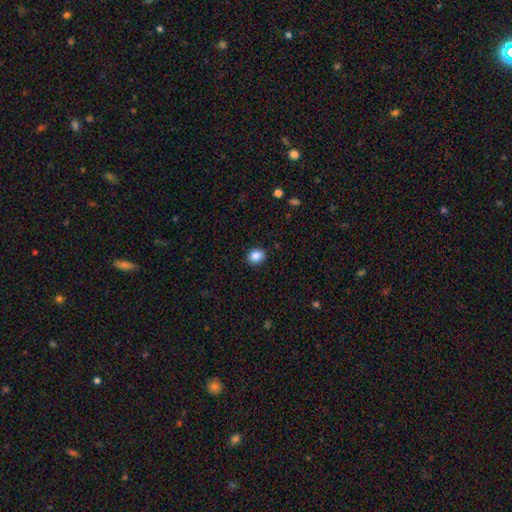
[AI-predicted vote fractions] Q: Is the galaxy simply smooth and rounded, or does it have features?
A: smooth — 87%.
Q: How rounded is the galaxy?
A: round — 59%.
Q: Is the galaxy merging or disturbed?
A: none — 88%.